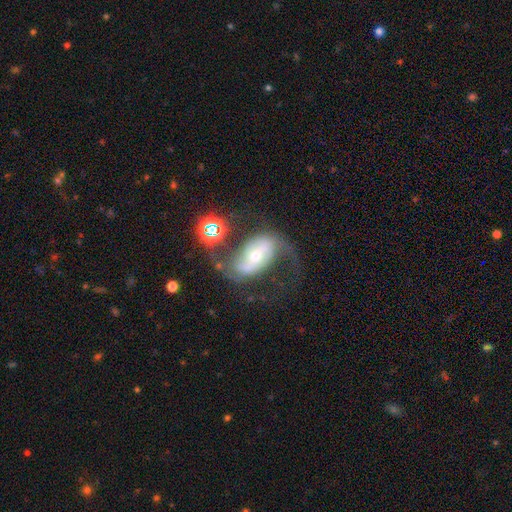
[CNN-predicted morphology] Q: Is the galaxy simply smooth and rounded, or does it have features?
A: featured or disk — 79%.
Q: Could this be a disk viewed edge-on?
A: no — 95%.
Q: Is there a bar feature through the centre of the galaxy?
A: strong — 38%.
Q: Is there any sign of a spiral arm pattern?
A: yes — 91%.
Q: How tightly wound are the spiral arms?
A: loose — 60%.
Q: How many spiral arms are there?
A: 2 — 85%.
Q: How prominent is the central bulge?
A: moderate — 53%.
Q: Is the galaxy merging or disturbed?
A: none — 50%.